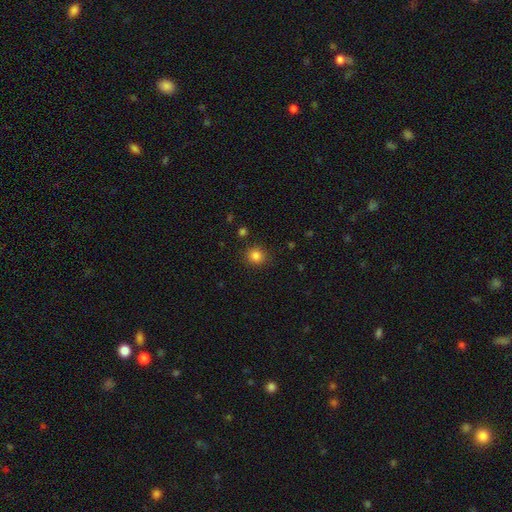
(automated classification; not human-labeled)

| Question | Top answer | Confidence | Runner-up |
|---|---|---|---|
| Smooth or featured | smooth | 84% | star or artifact (12%) |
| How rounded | round | 86% | in between (13%) |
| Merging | none | 87% | minor disturbance (8%) |